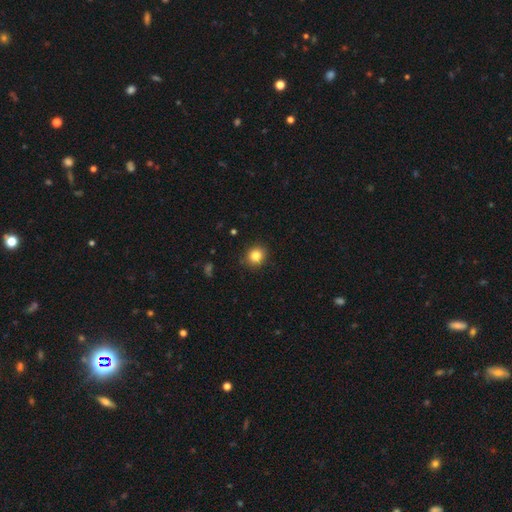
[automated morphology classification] This appears to be a smooth galaxy with no disk features (84%) that is round (86%). Merging: none (89%).